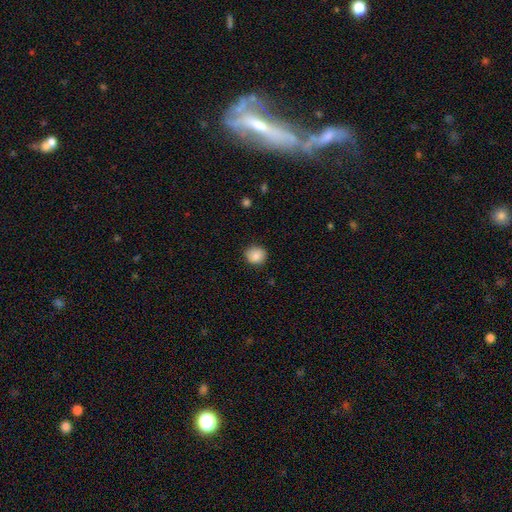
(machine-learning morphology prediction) Q: Smooth or featured?
A: smooth (85%); runner-up: star or artifact (8%)
Q: How rounded?
A: round (82%); runner-up: in between (17%)
Q: Merging?
A: none (86%); runner-up: minor disturbance (11%)